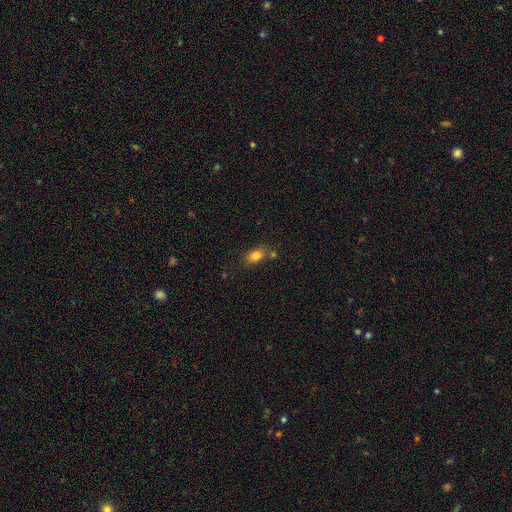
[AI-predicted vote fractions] smooth_or_featured: smooth (p=0.82) [alt: star or artifact p=0.10]
how_rounded: in between (p=0.82) [alt: round p=0.16]
merging: none (p=0.66) [alt: merger p=0.15]